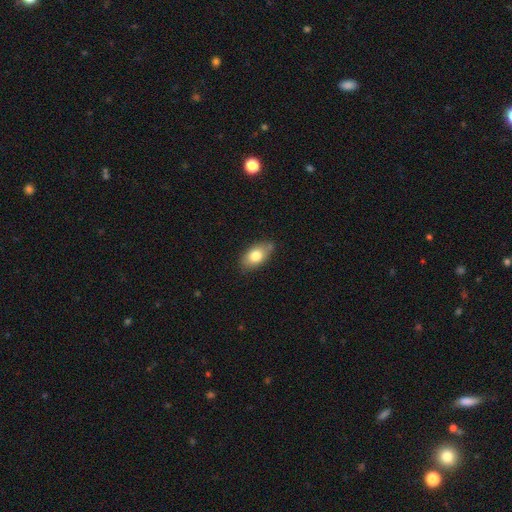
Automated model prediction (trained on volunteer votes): Smooth or featured: smooth — 77% (featured or disk — 16%)
How rounded: in between — 89% (round — 7%)
Merging: none — 76% (minor disturbance — 19%)